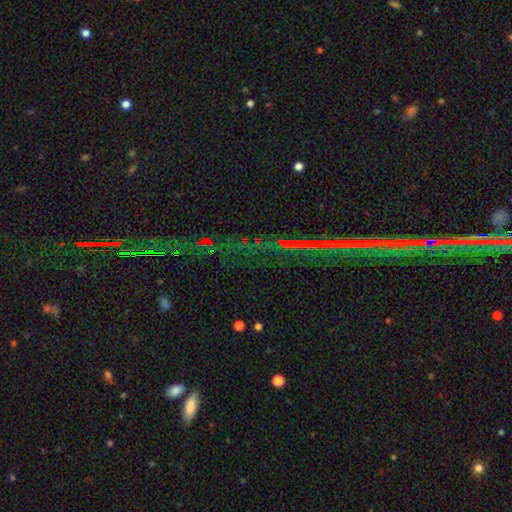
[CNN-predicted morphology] type=star or artifact (78%).